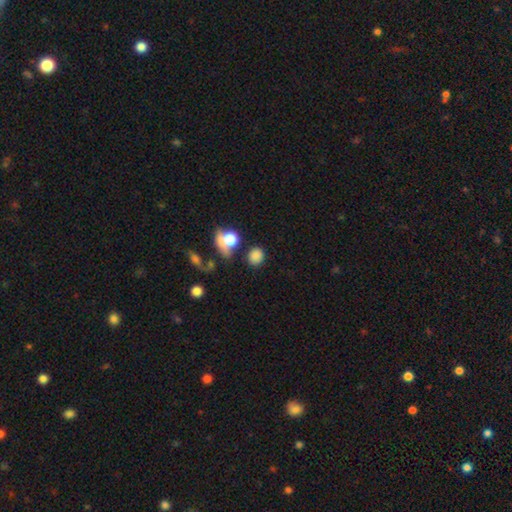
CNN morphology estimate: Q: Smooth or featured?
A: smooth (80%); runner-up: star or artifact (13%)
Q: How rounded?
A: round (72%); runner-up: in between (26%)
Q: Merging?
A: none (68%); runner-up: minor disturbance (13%)